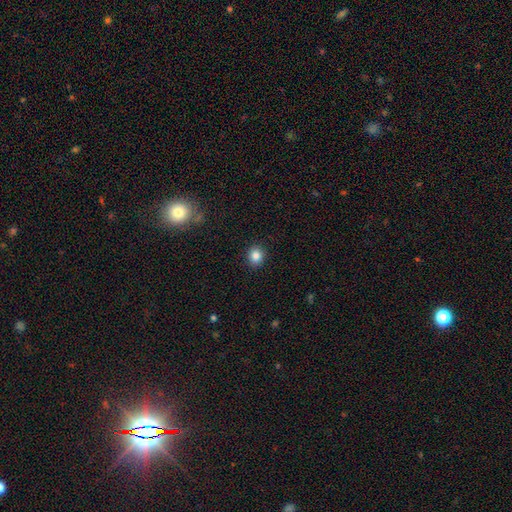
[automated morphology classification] smooth_or_featured: smooth (p=0.85) [alt: star or artifact p=0.11]
how_rounded: round (p=0.77) [alt: in between p=0.22]
merging: none (p=0.91) [alt: minor disturbance p=0.06]